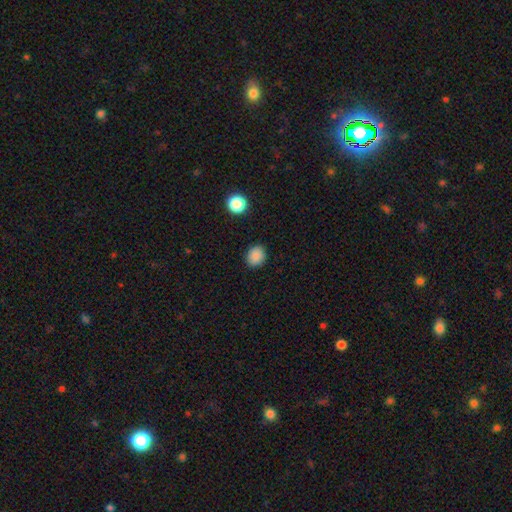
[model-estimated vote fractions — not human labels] Smooth or featured?
  - smooth: 87% *
  - star or artifact: 10%
  - featured or disk: 3%
How rounded?
  - round: 63% *
  - in between: 36%
  - cigar-shaped: 1%
Merging?
  - none: 88% *
  - minor disturbance: 9%
  - major disturbance: 2%
  - merger: 1%